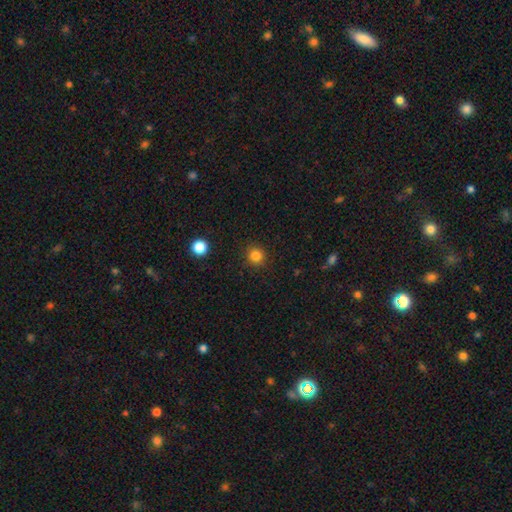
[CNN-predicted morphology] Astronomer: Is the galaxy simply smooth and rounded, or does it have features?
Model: smooth — 83%.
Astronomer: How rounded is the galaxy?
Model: round — 94%.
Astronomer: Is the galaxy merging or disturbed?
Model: none — 92%.